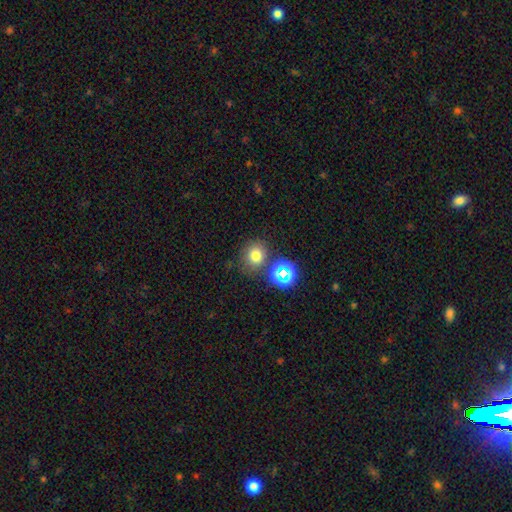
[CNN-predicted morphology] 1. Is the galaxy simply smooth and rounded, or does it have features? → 71% smooth, 20% star or artifact, 9% featured or disk.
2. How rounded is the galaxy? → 76% round, 23% in between, 1% cigar-shaped.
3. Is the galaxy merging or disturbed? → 73% none, 11% minor disturbance, 11% merger, 4% major disturbance.